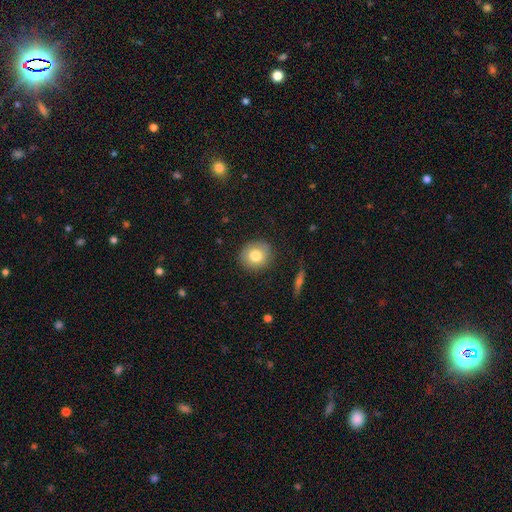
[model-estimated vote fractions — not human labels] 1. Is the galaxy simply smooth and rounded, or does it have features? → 78% smooth, 13% featured or disk, 9% star or artifact.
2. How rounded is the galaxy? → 85% round, 14% in between, 1% cigar-shaped.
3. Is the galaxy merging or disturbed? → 86% none, 10% minor disturbance, 3% major disturbance, 1% merger.